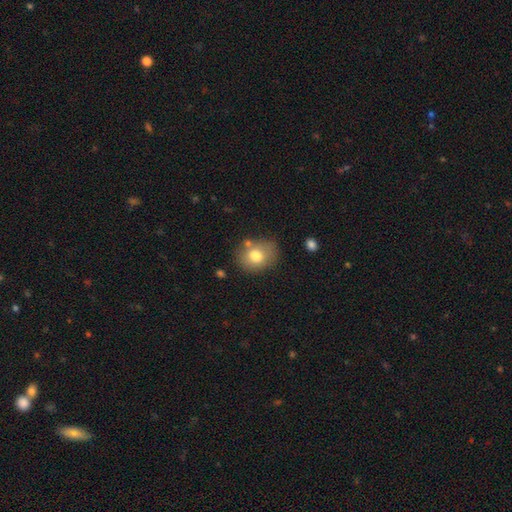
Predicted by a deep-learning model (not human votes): A smooth galaxy with no disk features (75%) that is round (53%).

Vote fractions:
- Smooth or featured? smooth: 75% / featured or disk: 15% / star or artifact: 9%
- How rounded? round: 53% / in between: 47% / cigar-shaped: 1%
- Merging? none: 68% / minor disturbance: 18% / merger: 8% / major disturbance: 5%